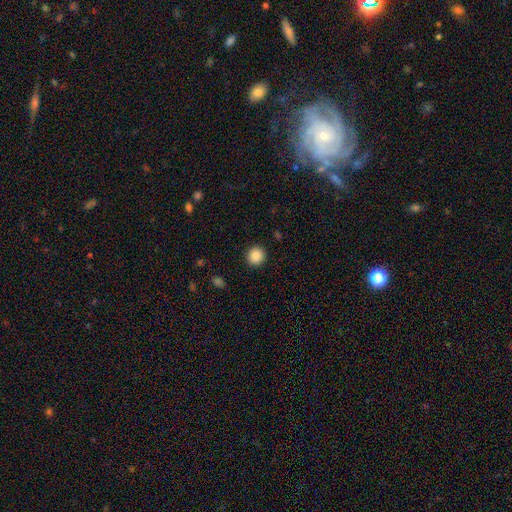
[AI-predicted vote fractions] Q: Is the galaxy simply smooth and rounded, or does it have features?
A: smooth — 88%.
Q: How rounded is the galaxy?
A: round — 93%.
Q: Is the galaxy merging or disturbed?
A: none — 92%.